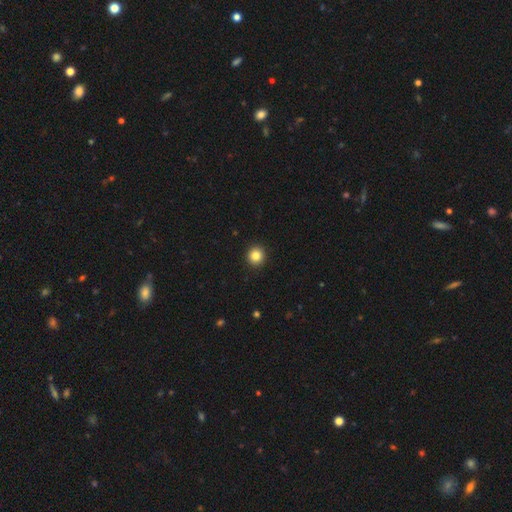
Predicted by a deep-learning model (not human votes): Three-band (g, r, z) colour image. It shows a smooth galaxy with no disk features (84%) that is round (93%). Merging: none (93%).